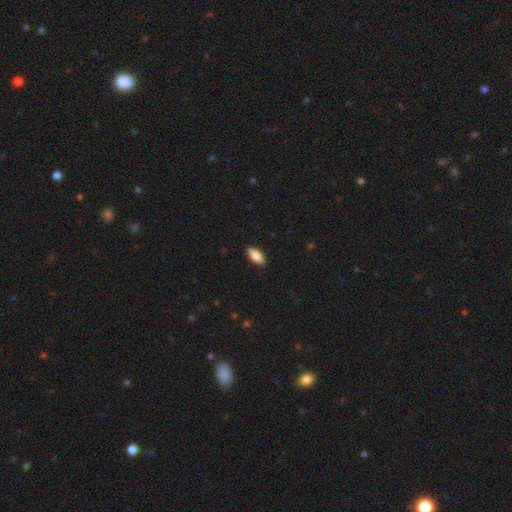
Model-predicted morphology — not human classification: Overall: smooth (84%). How rounded: in between (90%). Merging: none (89%).